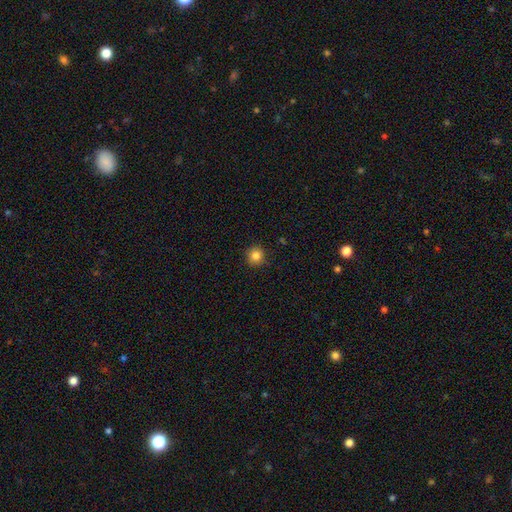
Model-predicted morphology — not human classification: Overall: smooth (84%). How rounded: round (93%). Merging: none (91%).